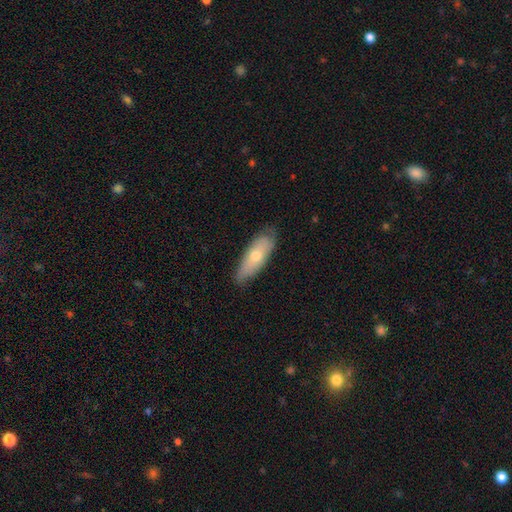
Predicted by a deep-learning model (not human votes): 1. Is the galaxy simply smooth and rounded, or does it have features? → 57% smooth, 37% featured or disk, 6% star or artifact.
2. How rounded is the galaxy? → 62% in between, 36% cigar-shaped, 2% round.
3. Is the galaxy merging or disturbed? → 77% none, 19% minor disturbance, 3% major disturbance, 1% merger.